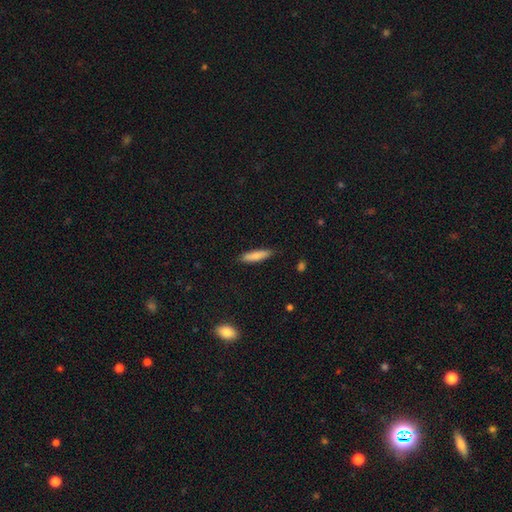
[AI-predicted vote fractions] smooth_or_featured: smooth (p=0.80) [alt: featured or disk p=0.13]
how_rounded: cigar-shaped (p=0.76) [alt: in between p=0.22]
merging: none (p=0.85) [alt: minor disturbance p=0.12]